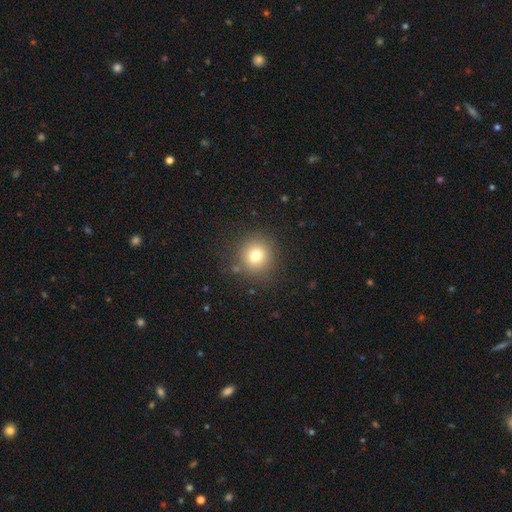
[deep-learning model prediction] The model was most divided on "smooth or featured": smooth: 77%, star or artifact: 14%, featured or disk: 10%. More confident: how rounded — round (92%); merging — none (86%).